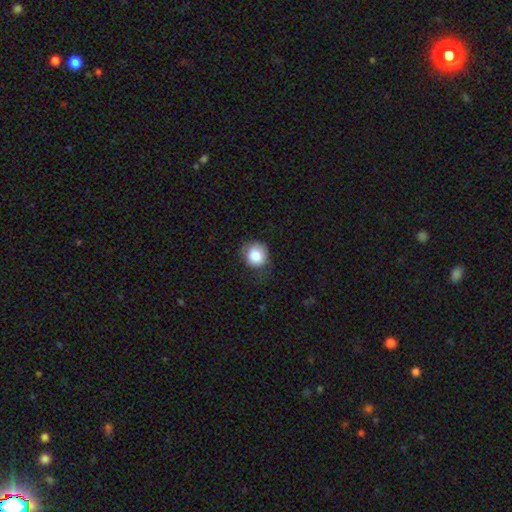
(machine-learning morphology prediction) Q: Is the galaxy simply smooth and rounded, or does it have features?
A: smooth — 85%.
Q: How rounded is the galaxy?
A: round — 84%.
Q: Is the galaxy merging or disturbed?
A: none — 67%.